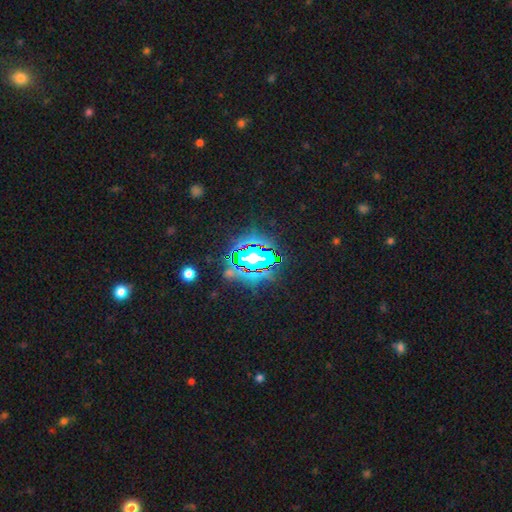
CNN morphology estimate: A star or artifact, not a galaxy (69%).

Vote fractions:
- Smooth or featured? star or artifact: 69% / smooth: 19% / featured or disk: 13%